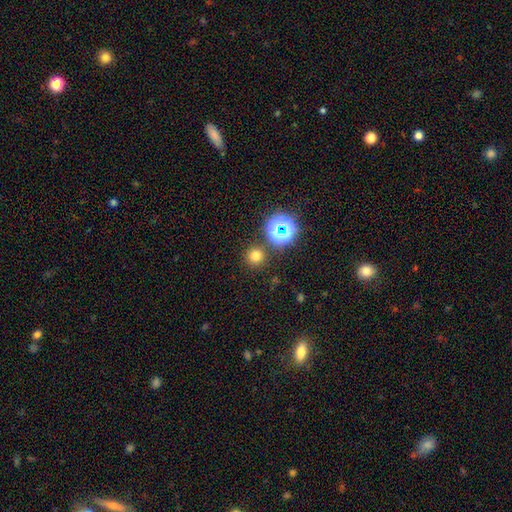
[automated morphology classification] smooth 70%, star or artifact 24%, featured or disk 6%. Down the decision tree: how rounded — round (95%); merging — none (86%).